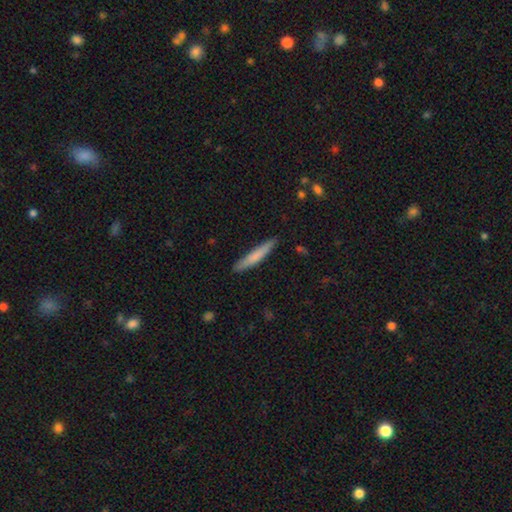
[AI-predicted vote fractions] This appears to be a smooth galaxy with no disk features (73%) that is cigar-shaped (94%). Merging: none (86%).